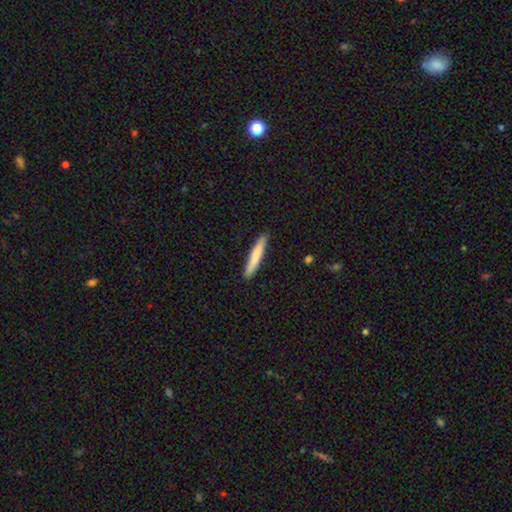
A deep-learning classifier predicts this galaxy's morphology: Q: Smooth or featured?
A: smooth (76%); runner-up: featured or disk (18%)
Q: How rounded?
A: cigar-shaped (94%); runner-up: in between (5%)
Q: Merging?
A: none (90%); runner-up: minor disturbance (7%)